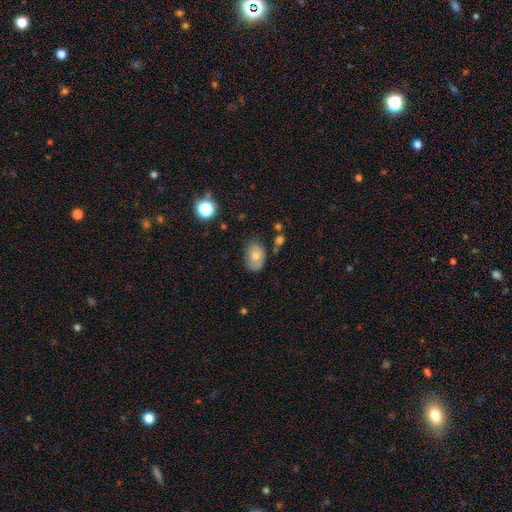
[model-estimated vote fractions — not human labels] Smooth or featured? Predicted: smooth (p=0.64). How rounded? Predicted: in between (p=0.70). Merging? Predicted: none (p=0.69).